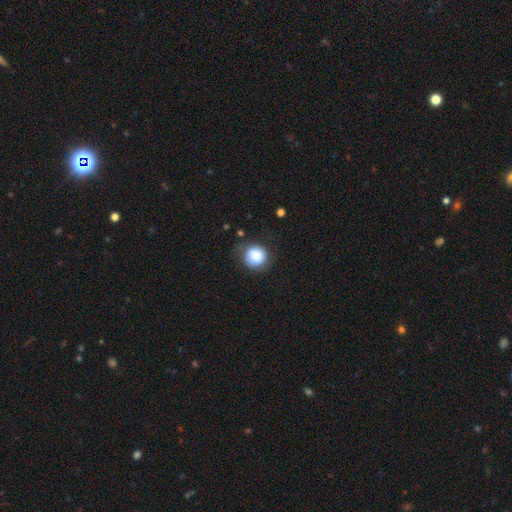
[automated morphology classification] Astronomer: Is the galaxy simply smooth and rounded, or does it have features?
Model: smooth — 84%.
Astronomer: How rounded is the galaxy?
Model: round — 89%.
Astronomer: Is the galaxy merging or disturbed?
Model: none — 74%.